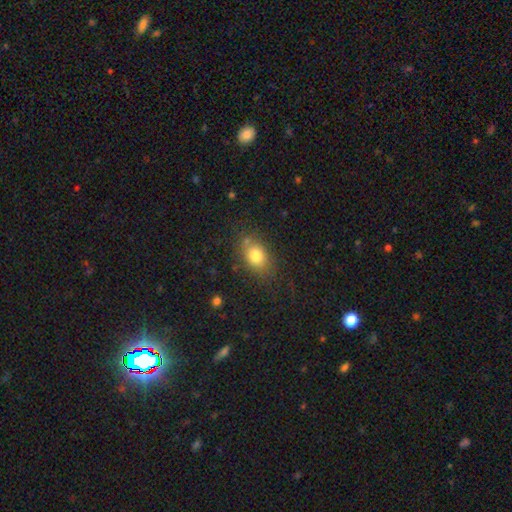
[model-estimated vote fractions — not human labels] A smooth galaxy with no disk features (79%) that is in between round and cigar-shaped (72%). Merging: none (76%).